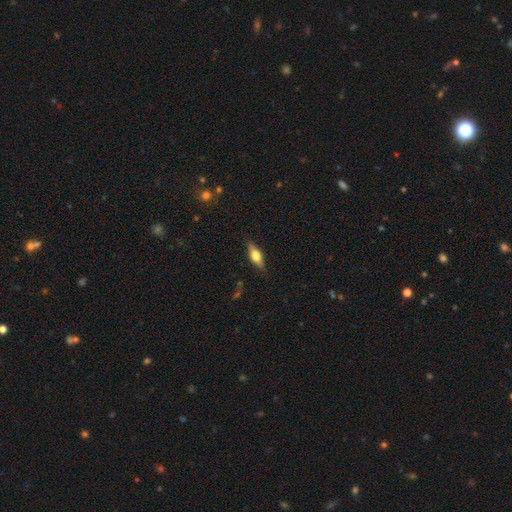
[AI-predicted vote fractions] Smooth or featured? Predicted: smooth (p=0.49). Merging? Predicted: none (p=0.83).